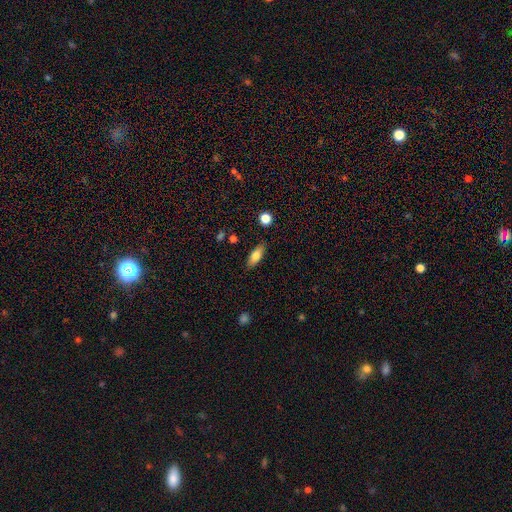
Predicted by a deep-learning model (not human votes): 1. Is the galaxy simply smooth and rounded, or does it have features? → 76% smooth, 16% featured or disk, 7% star or artifact.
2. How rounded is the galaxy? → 74% in between, 23% cigar-shaped, 3% round.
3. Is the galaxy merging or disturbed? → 86% none, 10% minor disturbance, 2% major disturbance, 2% merger.